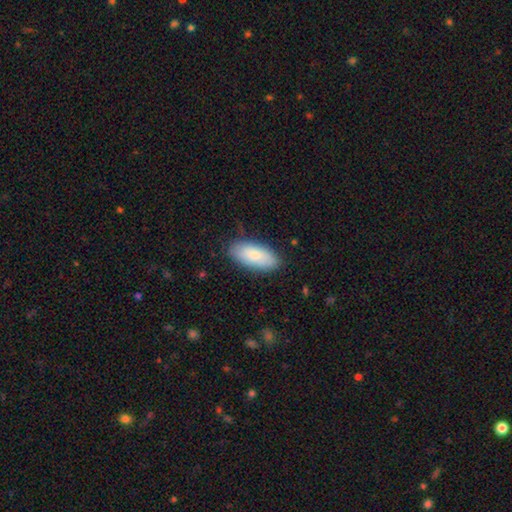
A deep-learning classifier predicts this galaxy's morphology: This appears to be a smooth galaxy with no disk features (81%) that is in between round and cigar-shaped (89%). Merging: none (81%).